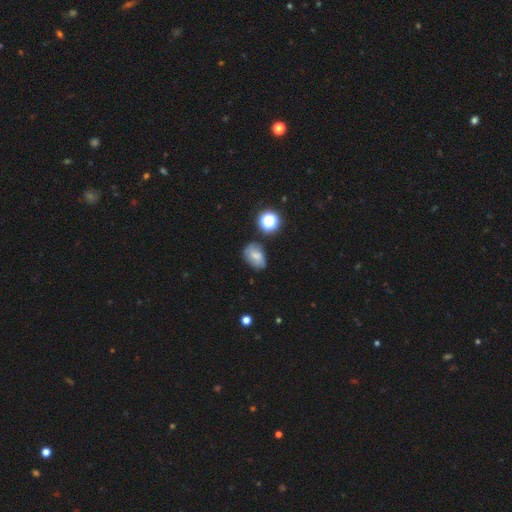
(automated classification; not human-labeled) This is likely a smooth galaxy (61%). How rounded: likely in between (77%). Merging: likely none (61%).